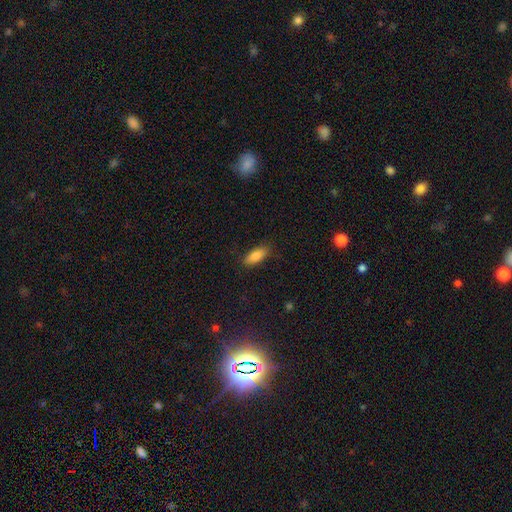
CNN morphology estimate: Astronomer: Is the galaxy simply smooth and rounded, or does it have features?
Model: smooth — 85%.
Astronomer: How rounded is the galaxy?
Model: in between — 79%.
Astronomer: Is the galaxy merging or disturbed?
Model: none — 85%.